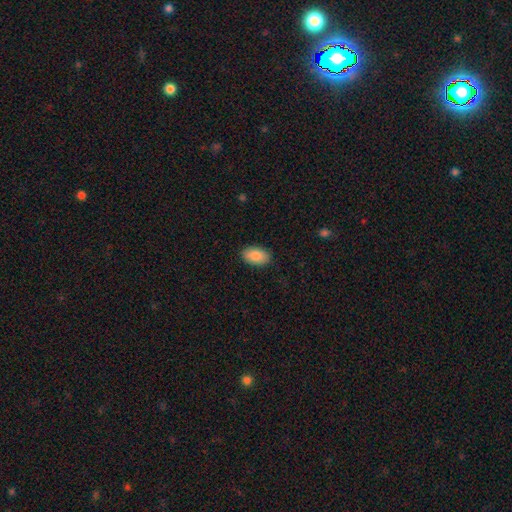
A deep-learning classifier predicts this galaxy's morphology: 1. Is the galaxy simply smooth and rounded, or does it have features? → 90% smooth, 6% star or artifact, 4% featured or disk.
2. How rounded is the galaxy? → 94% in between, 4% round, 2% cigar-shaped.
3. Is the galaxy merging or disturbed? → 89% none, 8% minor disturbance, 2% major disturbance, 1% merger.